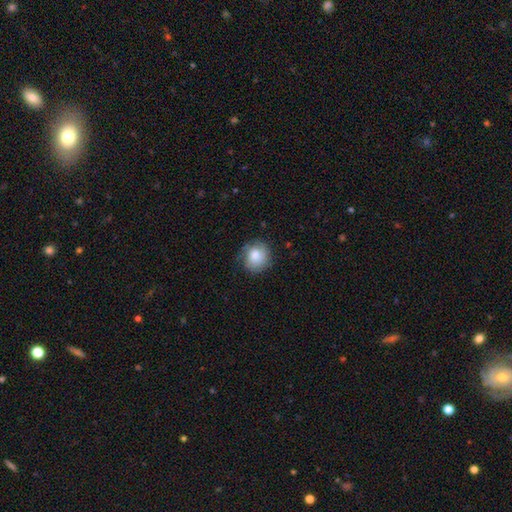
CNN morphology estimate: Smooth or featured? Predicted: smooth (p=0.72). How rounded? Predicted: round (p=0.80). Merging? Predicted: none (p=0.70).